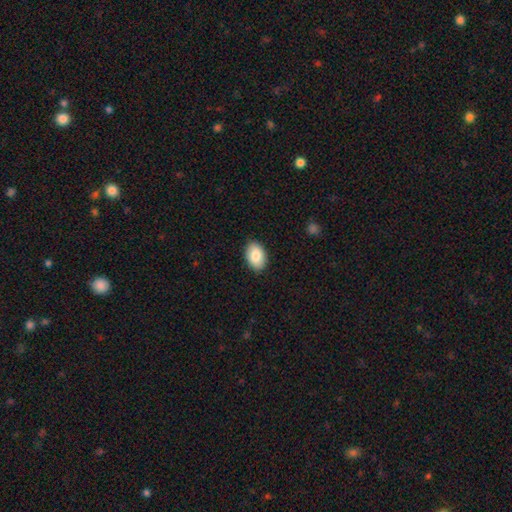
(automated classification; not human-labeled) Smooth or featured?
  - smooth: 86% *
  - featured or disk: 8%
  - star or artifact: 7%
How rounded?
  - in between: 89% *
  - round: 10%
  - cigar-shaped: 1%
Merging?
  - none: 88% *
  - minor disturbance: 9%
  - major disturbance: 2%
  - merger: 1%